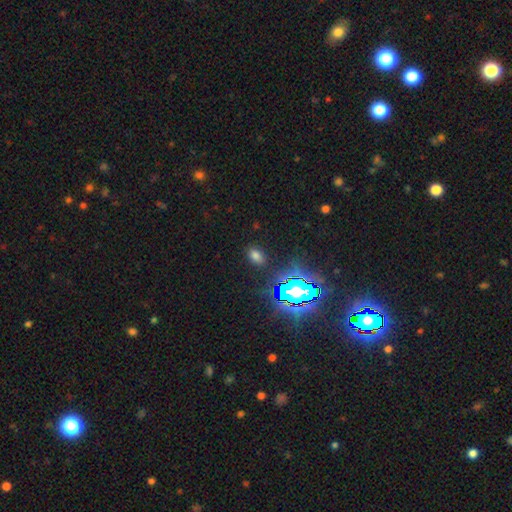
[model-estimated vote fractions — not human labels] smooth 64%, star or artifact 29%, featured or disk 7%. Down the decision tree: how rounded — in between (82%); merging — none (85%).